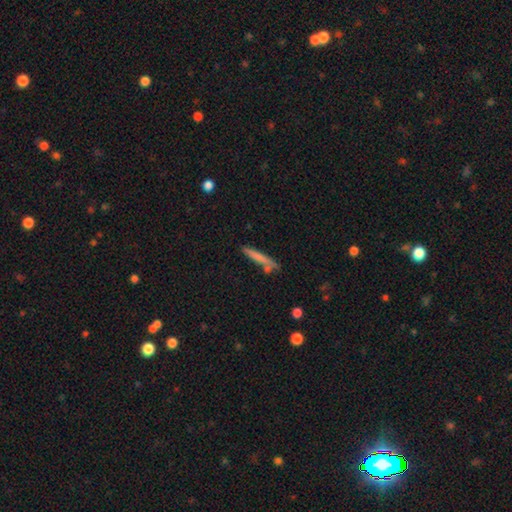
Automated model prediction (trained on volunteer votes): Smooth or featured?
  - smooth: 68% *
  - featured or disk: 24%
  - star or artifact: 8%
How rounded?
  - cigar-shaped: 94% *
  - in between: 5%
  - round: 2%
Merging?
  - none: 74% *
  - minor disturbance: 15%
  - merger: 8%
  - major disturbance: 4%